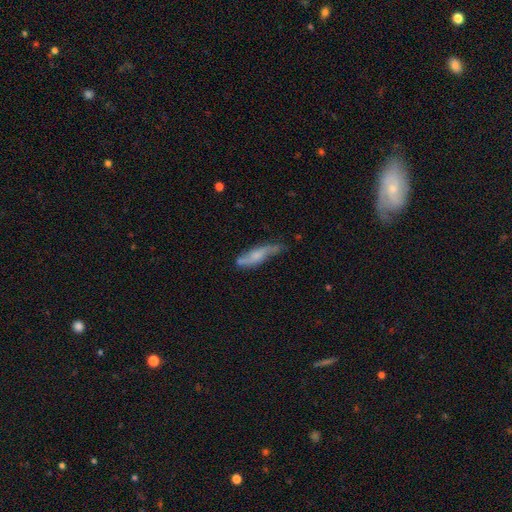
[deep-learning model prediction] This appears to be a featured or disk galaxy (53%). Merging: none (60%).